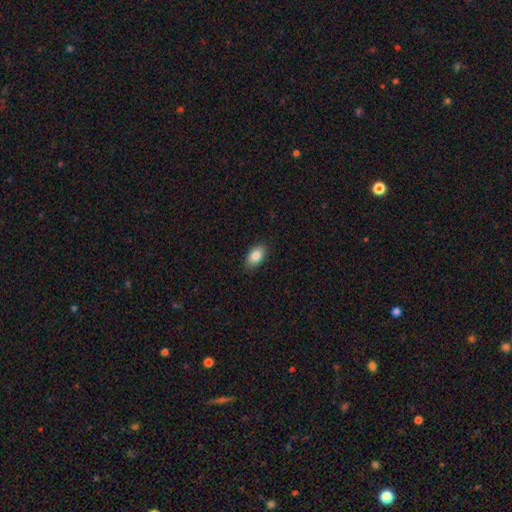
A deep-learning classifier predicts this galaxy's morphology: This appears to be a smooth galaxy with no disk features (85%) that is in between round and cigar-shaped (92%). Merging: none (88%).